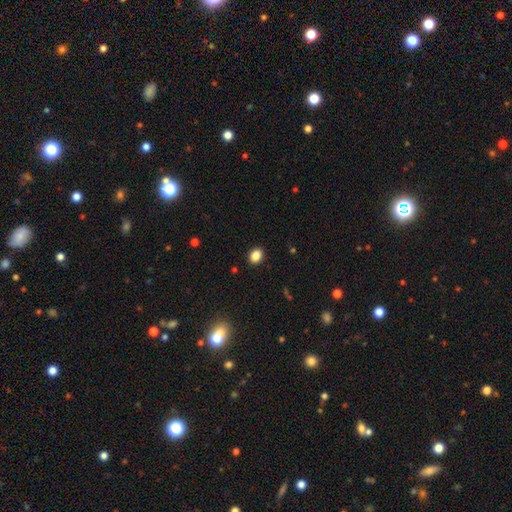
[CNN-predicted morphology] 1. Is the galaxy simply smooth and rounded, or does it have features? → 87% smooth, 10% star or artifact, 4% featured or disk.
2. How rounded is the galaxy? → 66% in between, 33% round, 1% cigar-shaped.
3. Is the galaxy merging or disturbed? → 90% none, 7% minor disturbance, 2% major disturbance, 1% merger.